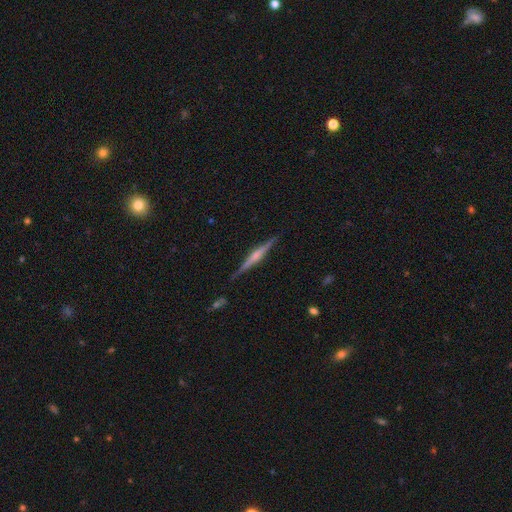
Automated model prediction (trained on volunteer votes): A featured or disk galaxy (78%) viewed edge-on (98%) with a rounded central bulge (66%). Merging: none (89%).